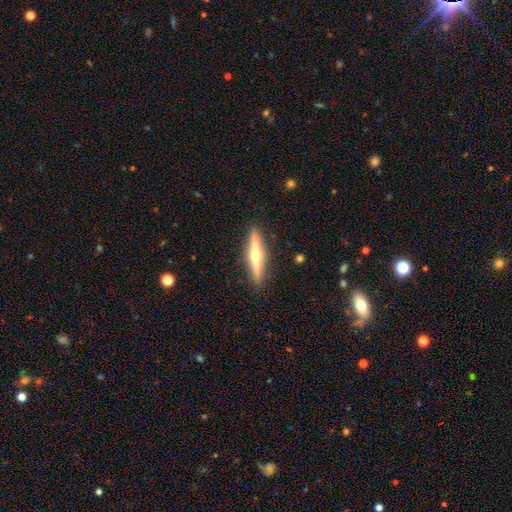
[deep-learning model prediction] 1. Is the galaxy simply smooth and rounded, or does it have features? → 69% featured or disk, 25% smooth, 6% star or artifact.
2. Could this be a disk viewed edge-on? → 96% yes, 4% no.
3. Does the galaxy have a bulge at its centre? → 85% rounded, 10% none, 5% boxy.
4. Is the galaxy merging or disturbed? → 86% none, 9% minor disturbance, 3% merger, 2% major disturbance.